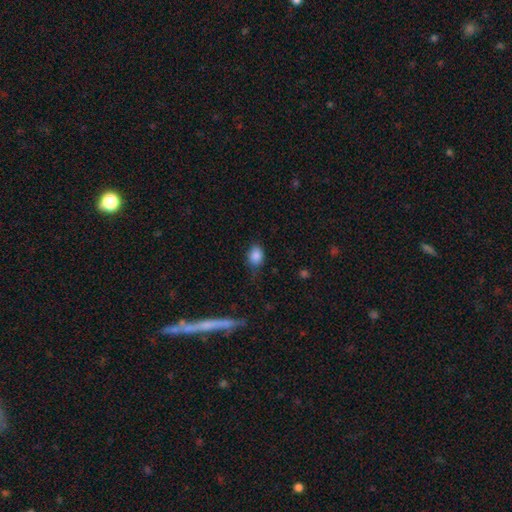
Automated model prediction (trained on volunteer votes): Smooth or featured?
  - smooth: 86% *
  - star or artifact: 9%
  - featured or disk: 5%
How rounded?
  - in between: 59% *
  - round: 39%
  - cigar-shaped: 2%
Merging?
  - none: 67% *
  - minor disturbance: 26%
  - major disturbance: 6%
  - merger: 2%